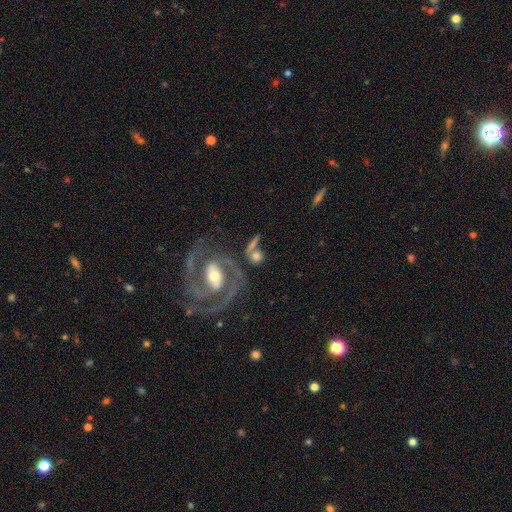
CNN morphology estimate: smooth_or_featured: featured or disk (p=0.50) [alt: smooth p=0.42]
merging: none (p=0.54) [alt: merger p=0.22]